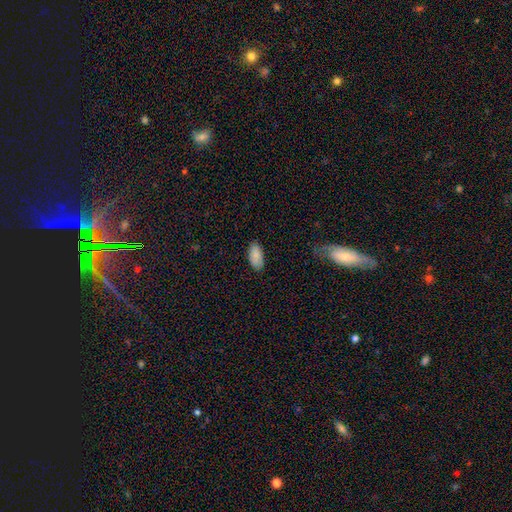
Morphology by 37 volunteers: smooth_or_featured: smooth (p=0.92) [alt: star or artifact p=0.05]
how_rounded: in between (p=0.97) [alt: cigar-shaped p=0.03]
merging: none (p=0.94) [alt: minor disturbance p=0.06]